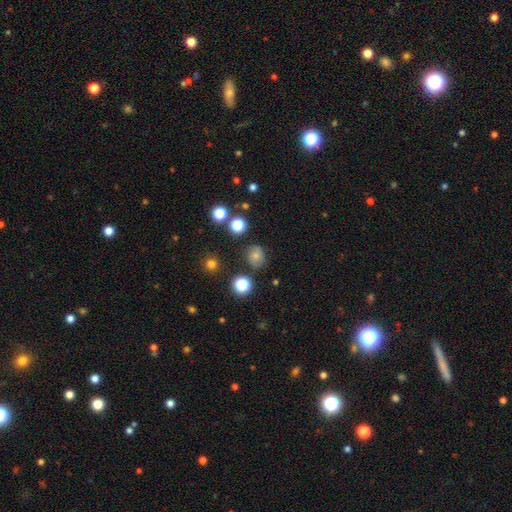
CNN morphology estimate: Q: Smooth or featured?
A: smooth (59%); runner-up: featured or disk (22%)
Q: How rounded?
A: round (76%); runner-up: in between (23%)
Q: Merging?
A: none (78%); runner-up: minor disturbance (15%)